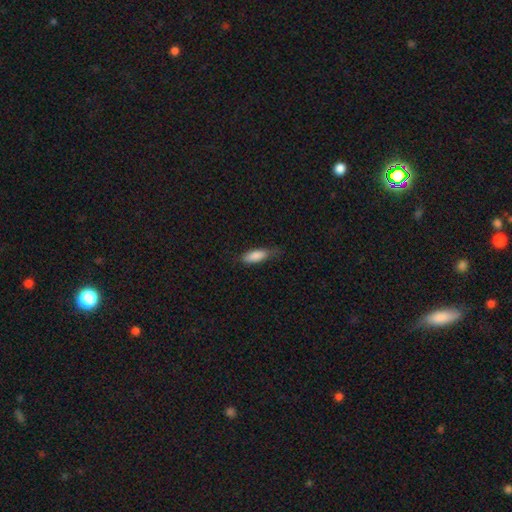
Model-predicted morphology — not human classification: Smooth or featured? Predicted: smooth (p=0.85). How rounded? Predicted: in between (p=0.69). Merging? Predicted: none (p=0.60).